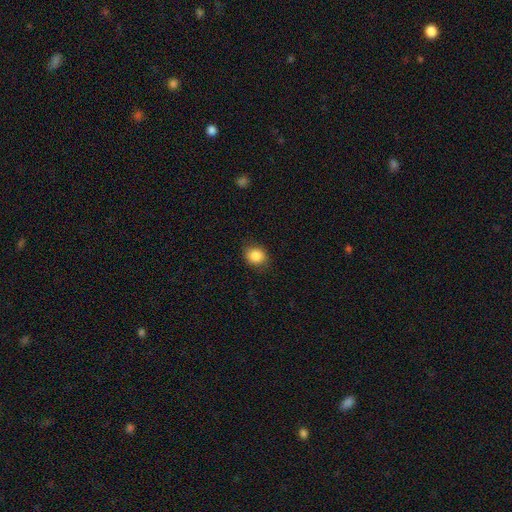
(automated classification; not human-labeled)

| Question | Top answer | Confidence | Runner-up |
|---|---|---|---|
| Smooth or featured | smooth | 87% | star or artifact (9%) |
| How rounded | round | 70% | in between (29%) |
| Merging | none | 83% | minor disturbance (13%) |